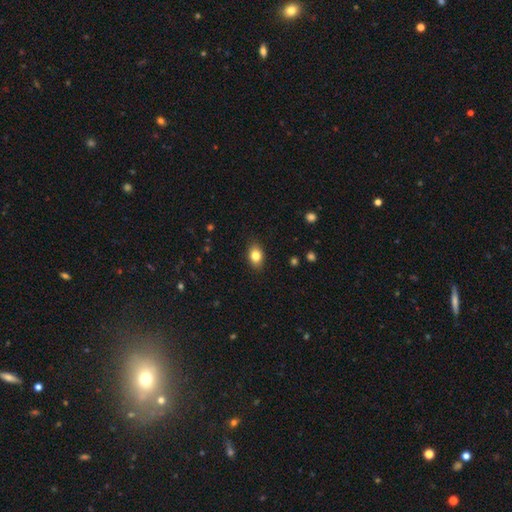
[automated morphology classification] A smooth galaxy with no disk features (81%) that is in between round and cigar-shaped (81%). Merging: none (87%).